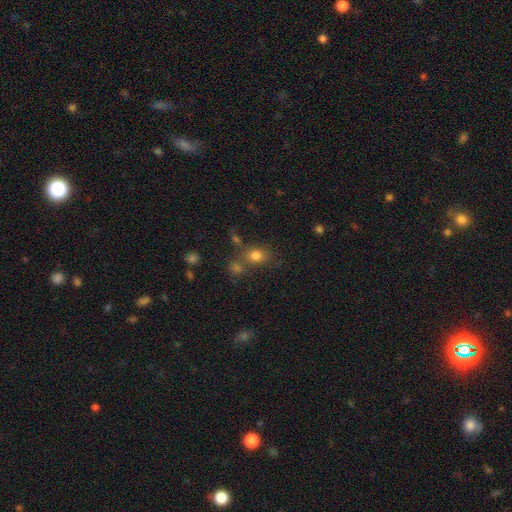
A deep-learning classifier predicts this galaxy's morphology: smooth-or-featured: smooth: 77% | star or artifact: 14% | featured or disk: 8%
  how-rounded: round: 56% | in between: 43% | cigar-shaped: 1%
  merging: none: 61% | merger: 20% | minor disturbance: 13% | major disturbance: 6%